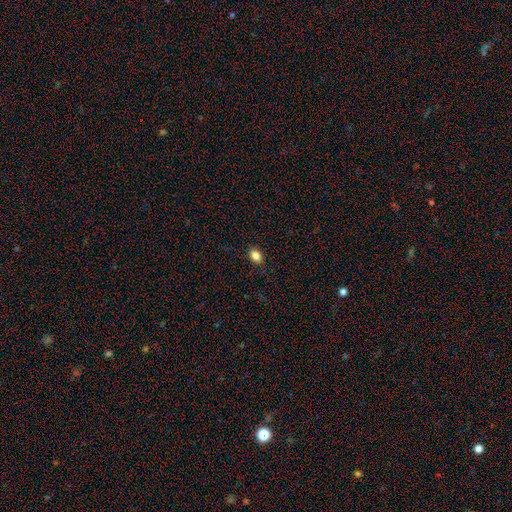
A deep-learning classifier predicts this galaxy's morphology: Smooth or featured? Predicted: smooth (p=0.84). How rounded? Predicted: in between (p=0.70). Merging? Predicted: none (p=0.88).